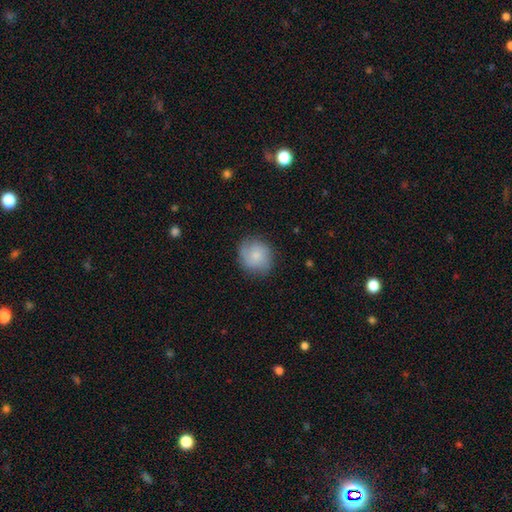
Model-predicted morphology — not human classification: Q: Smooth or featured?
A: smooth (70%); runner-up: featured or disk (23%)
Q: How rounded?
A: round (83%); runner-up: in between (16%)
Q: Merging?
A: none (79%); runner-up: minor disturbance (16%)